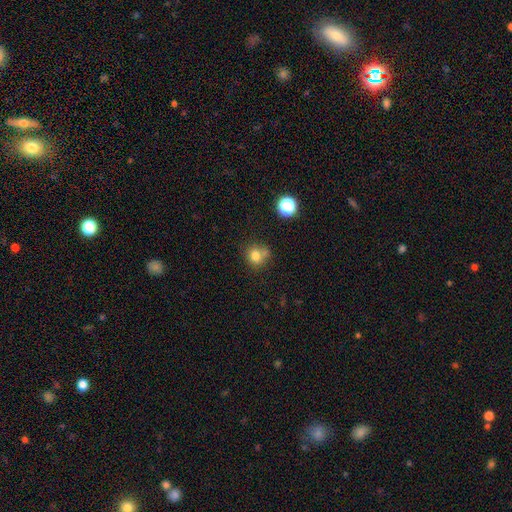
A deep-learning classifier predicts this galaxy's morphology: This appears to be a smooth galaxy with no disk features (78%) that is round (85%). Merging: none (60%).